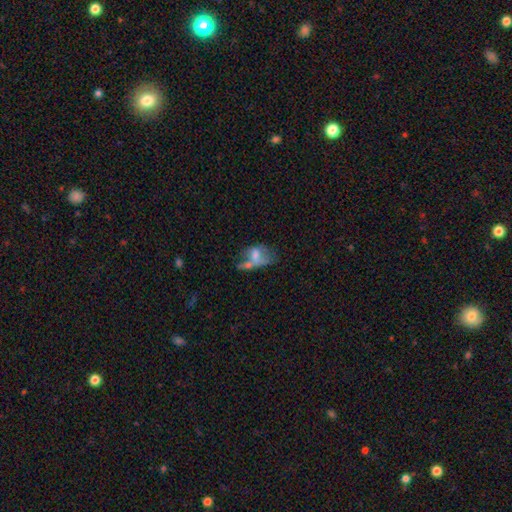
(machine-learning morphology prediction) Smooth or featured?
  - smooth: 51% *
  - featured or disk: 38%
  - star or artifact: 11%
How rounded?
  - in between: 82% *
  - round: 14%
  - cigar-shaped: 3%
Merging?
  - merger: 39% *
  - major disturbance: 26%
  - none: 19%
  - minor disturbance: 15%